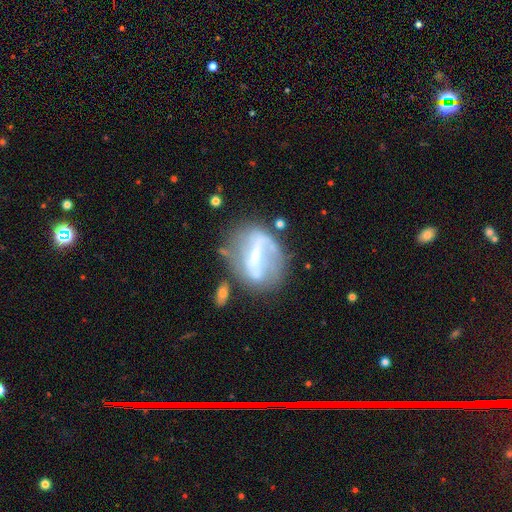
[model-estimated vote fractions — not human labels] Smooth or featured? featured or disk (64%)
Edge-on disk? no (94%)
Bar? strong (47%)
Spiral arms? no (51%)
Bulge size? small (46%)
Merging? none (46%)